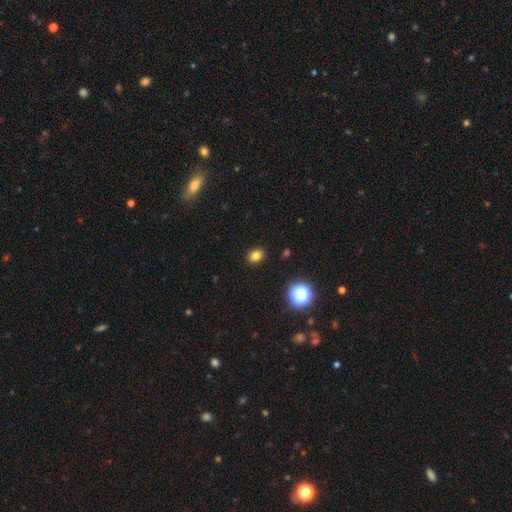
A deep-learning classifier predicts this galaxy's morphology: Smooth or featured: smooth — 79% (star or artifact — 15%)
How rounded: round — 51% (in between — 48%)
Merging: none — 90% (minor disturbance — 7%)